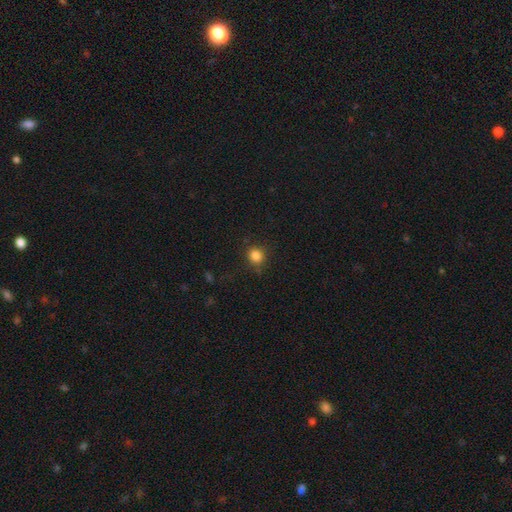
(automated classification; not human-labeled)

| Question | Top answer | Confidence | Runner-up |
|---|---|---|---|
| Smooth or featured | smooth | 84% | star or artifact (12%) |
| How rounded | round | 84% | in between (15%) |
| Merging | none | 83% | minor disturbance (12%) |